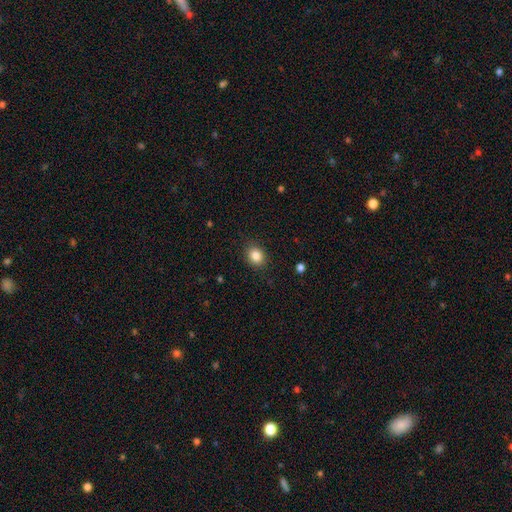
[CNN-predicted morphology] Smooth or featured: smooth — 84% (star or artifact — 10%)
How rounded: round — 58% (in between — 41%)
Merging: none — 88% (minor disturbance — 9%)